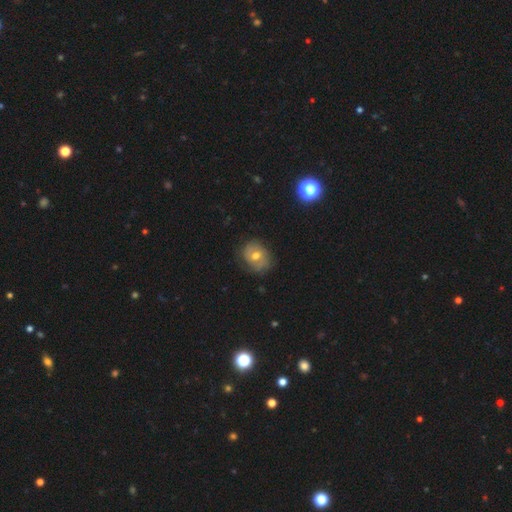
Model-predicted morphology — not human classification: A featured or disk galaxy (49%).

Vote fractions:
- Smooth or featured? featured or disk: 49% / smooth: 42% / star or artifact: 9%
- Merging? none: 70% / minor disturbance: 22% / major disturbance: 7% / merger: 1%